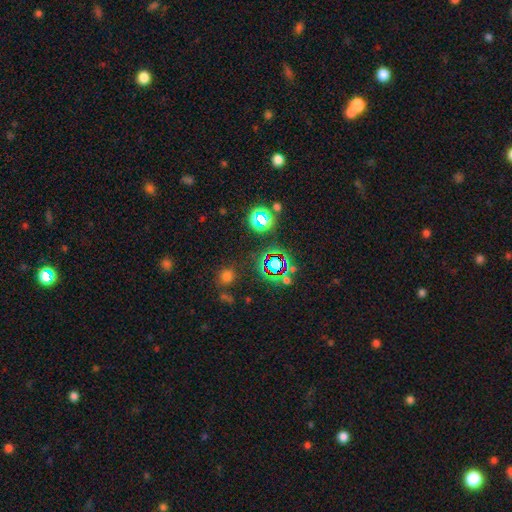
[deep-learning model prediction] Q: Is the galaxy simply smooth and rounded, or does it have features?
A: star or artifact — 62%.